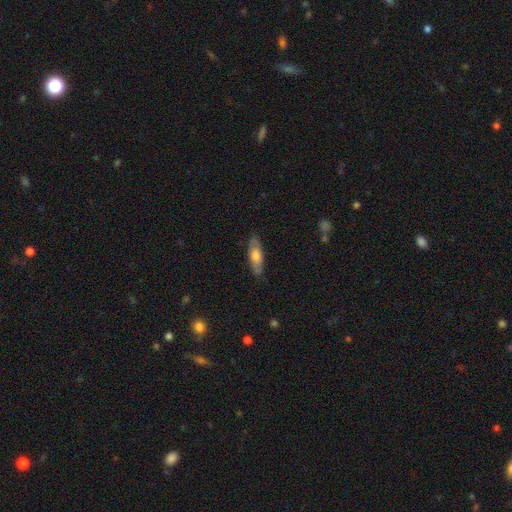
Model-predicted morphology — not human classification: Smooth or featured?
  - smooth: 63% *
  - featured or disk: 31%
  - star or artifact: 6%
How rounded?
  - in between: 59% *
  - cigar-shaped: 39%
  - round: 2%
Merging?
  - none: 82% *
  - minor disturbance: 14%
  - major disturbance: 3%
  - merger: 1%